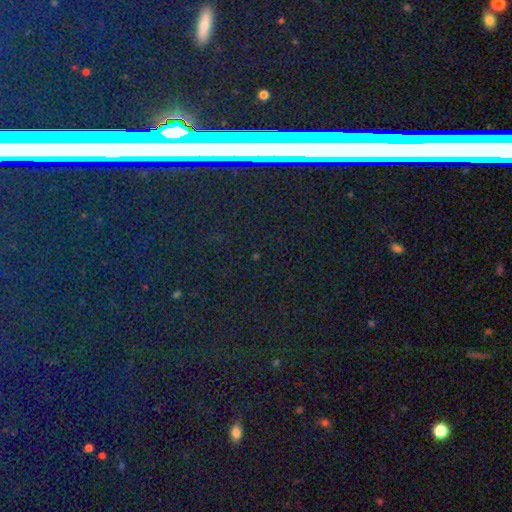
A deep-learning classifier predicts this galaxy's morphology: smooth-or-featured: star or artifact: 74% | featured or disk: 13% | smooth: 12%